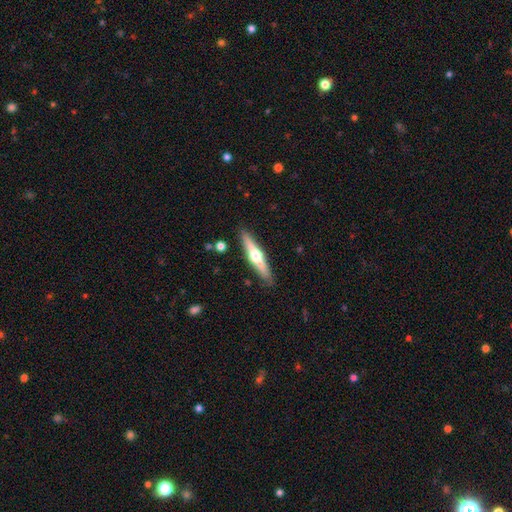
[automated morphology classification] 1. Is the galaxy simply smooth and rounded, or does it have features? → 63% featured or disk, 32% smooth, 5% star or artifact.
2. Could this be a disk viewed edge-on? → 95% yes, 5% no.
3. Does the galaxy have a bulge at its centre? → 93% rounded, 4% none, 3% boxy.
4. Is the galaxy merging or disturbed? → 88% none, 8% minor disturbance, 2% major disturbance, 2% merger.